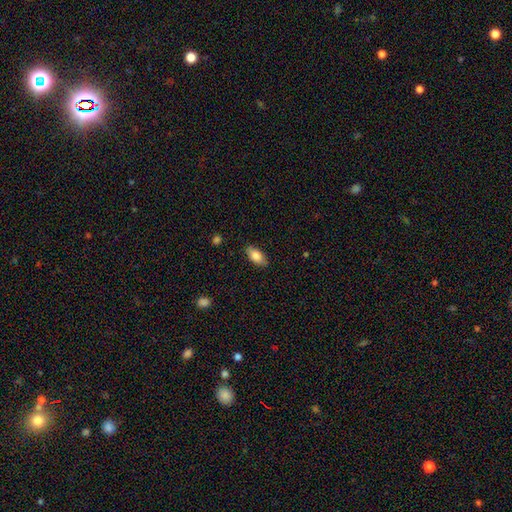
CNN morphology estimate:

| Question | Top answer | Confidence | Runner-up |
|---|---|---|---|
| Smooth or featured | smooth | 84% | featured or disk (9%) |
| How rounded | in between | 90% | cigar-shaped (7%) |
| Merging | none | 85% | minor disturbance (11%) |